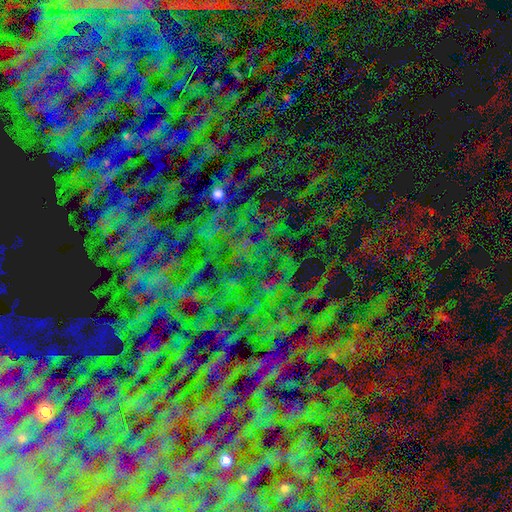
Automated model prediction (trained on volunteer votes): Smooth or featured? star or artifact (81%)